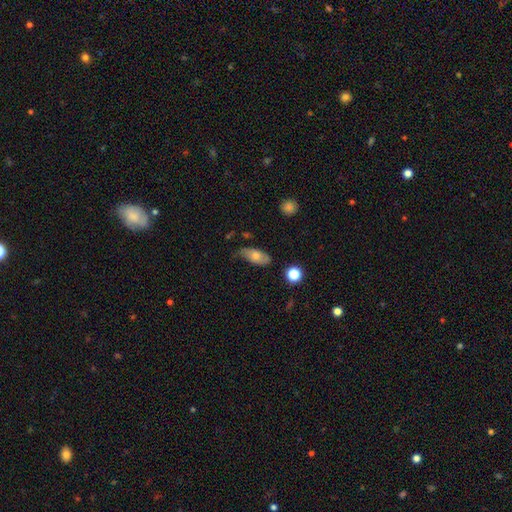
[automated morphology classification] type=smooth (65%); roundness=in between (87%); merging=none (54%).